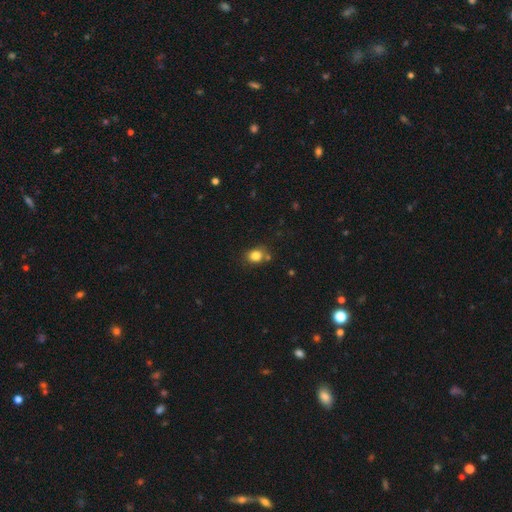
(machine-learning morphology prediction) Q: Smooth or featured?
A: smooth (82%); runner-up: star or artifact (12%)
Q: How rounded?
A: round (64%); runner-up: in between (35%)
Q: Merging?
A: none (71%); runner-up: minor disturbance (15%)